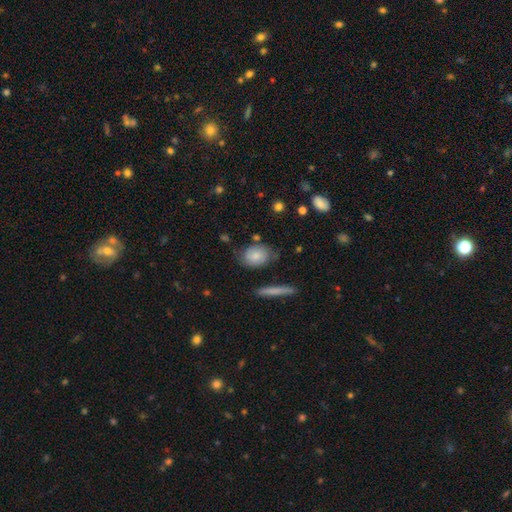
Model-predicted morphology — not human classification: This is likely a smooth galaxy (73%). How rounded: likely in between (68%). Merging: likely none (68%).